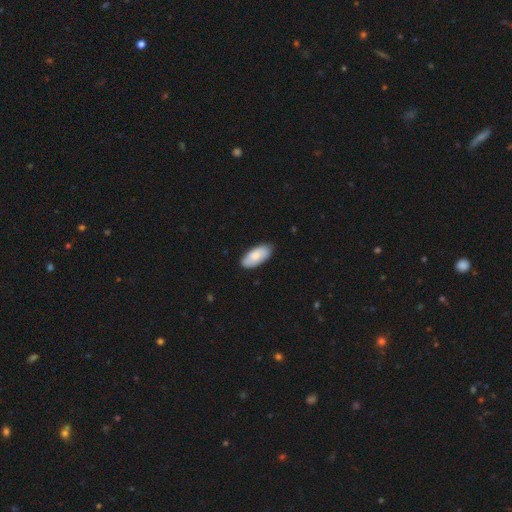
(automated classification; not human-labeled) Morphology: type=smooth (81%); roundness=in between (92%); merging=none (86%).